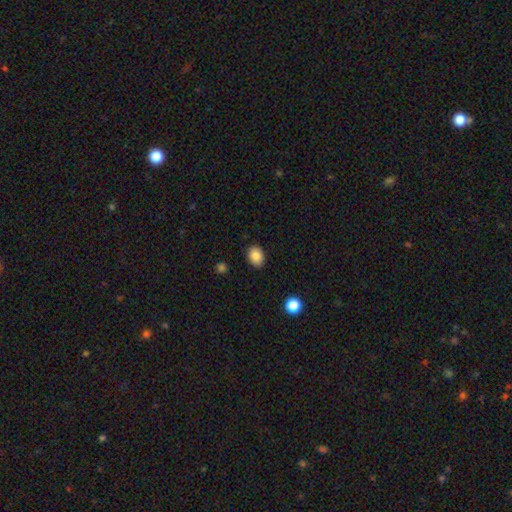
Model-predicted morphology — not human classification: Smooth or featured?
  - smooth: 86% *
  - star or artifact: 9%
  - featured or disk: 5%
How rounded?
  - in between: 68% *
  - round: 31%
  - cigar-shaped: 1%
Merging?
  - none: 86% *
  - minor disturbance: 11%
  - major disturbance: 2%
  - merger: 1%